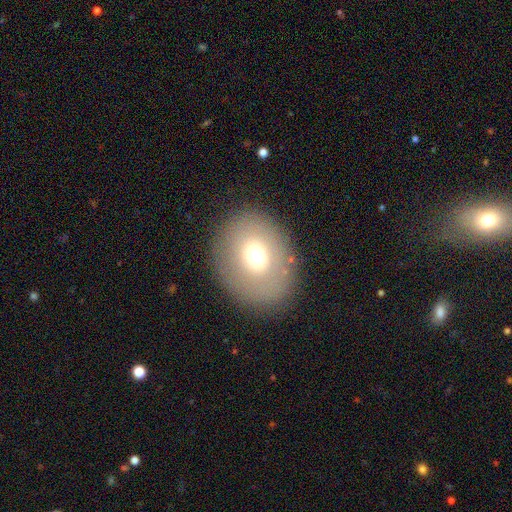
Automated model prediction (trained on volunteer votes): smooth 66%, featured or disk 22%, star or artifact 13%. Down the decision tree: how rounded — round (51%); merging — none (84%).